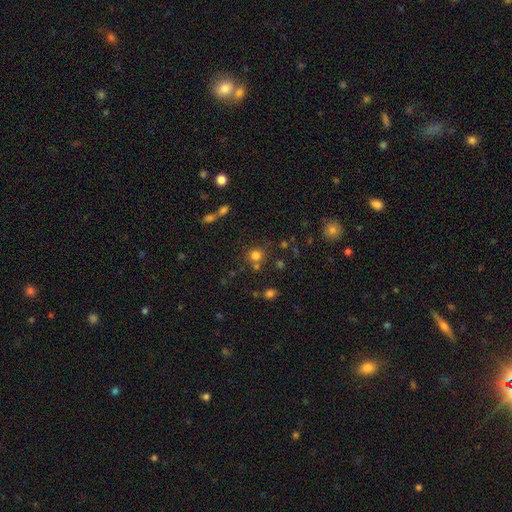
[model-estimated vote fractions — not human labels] Overall: smooth (76%). How rounded: round (89%). Merging: none (70%).